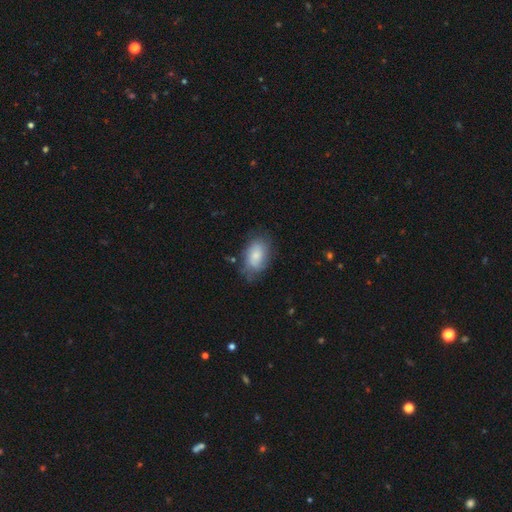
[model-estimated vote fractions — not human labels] A smooth galaxy with no disk features (68%) that is in between round and cigar-shaped (90%). Merging: none (64%).